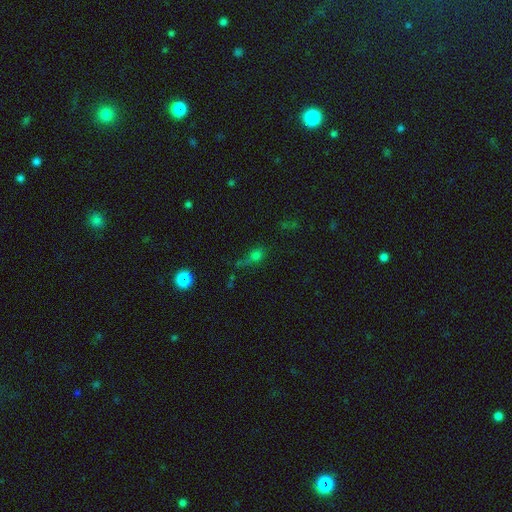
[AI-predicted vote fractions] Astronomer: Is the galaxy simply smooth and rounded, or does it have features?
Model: smooth — 57% (runner-up: star or artifact, 32%).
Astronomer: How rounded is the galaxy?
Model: round — 48% (runner-up: in between, 45%).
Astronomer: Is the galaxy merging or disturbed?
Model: none — 44% (runner-up: merger, 21%).